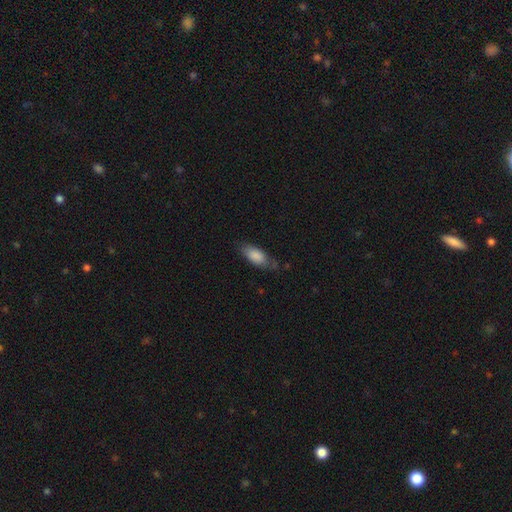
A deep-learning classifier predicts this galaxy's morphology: Q: Smooth or featured?
A: smooth (84%); runner-up: featured or disk (10%)
Q: How rounded?
A: in between (83%); runner-up: cigar-shaped (15%)
Q: Merging?
A: none (65%); runner-up: minor disturbance (26%)